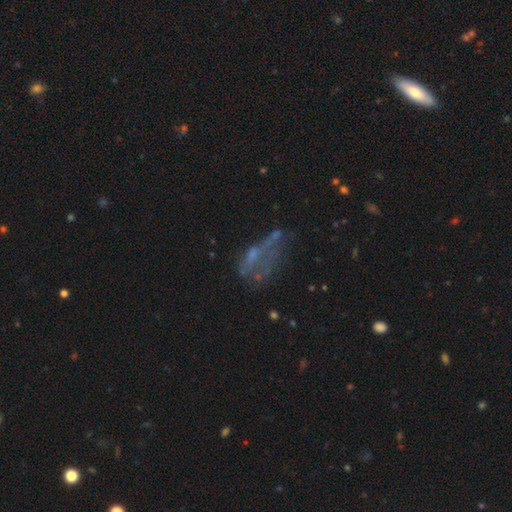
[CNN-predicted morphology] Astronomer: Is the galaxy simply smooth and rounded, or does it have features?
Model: featured or disk — 47% (runner-up: smooth, 31%).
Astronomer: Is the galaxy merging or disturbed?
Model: major disturbance — 40% (runner-up: none, 31%).